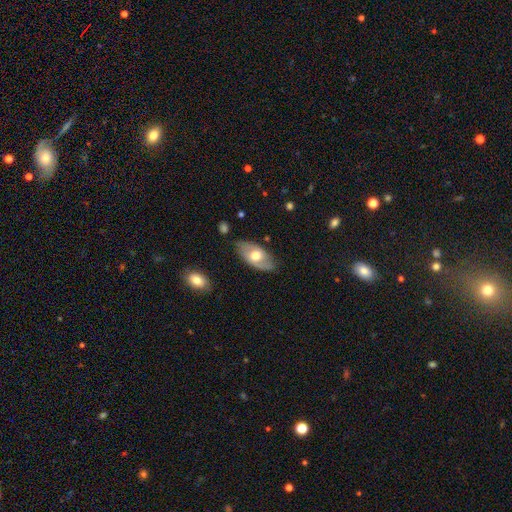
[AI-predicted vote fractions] smooth 50%, featured or disk 44%, star or artifact 6%. Down the decision tree: how rounded — in between (92%); merging — none (75%).